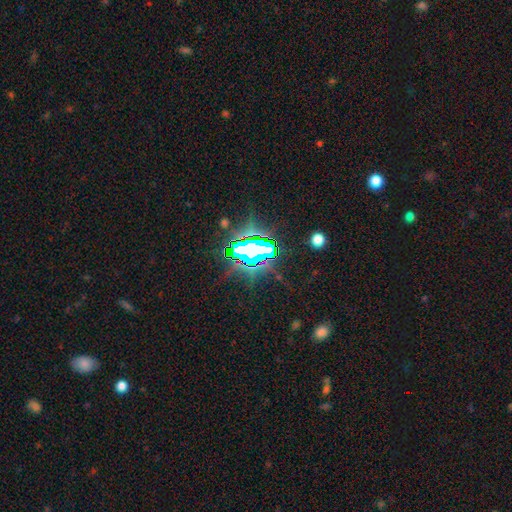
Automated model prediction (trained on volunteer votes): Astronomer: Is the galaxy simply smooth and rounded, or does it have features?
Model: star or artifact — 78%.